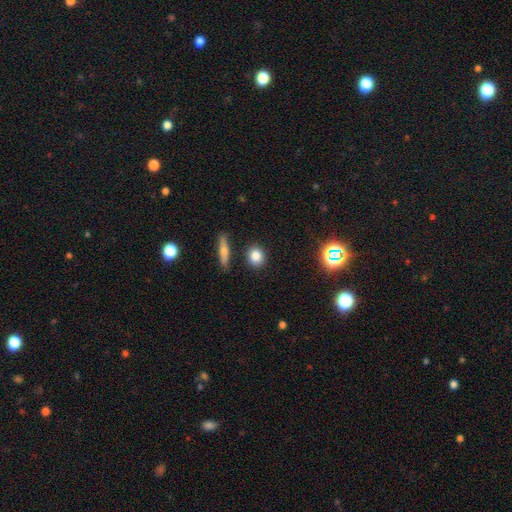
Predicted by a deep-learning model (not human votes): Smooth or featured? smooth (82%)
How rounded? round (76%)
Merging? none (87%)